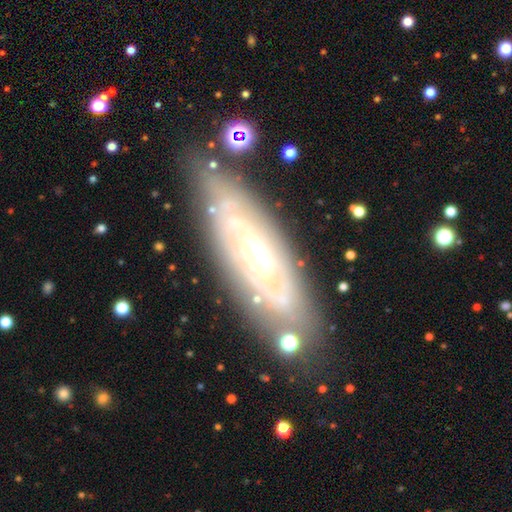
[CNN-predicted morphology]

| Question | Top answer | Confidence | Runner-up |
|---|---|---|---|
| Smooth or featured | featured or disk | 81% | smooth (13%) |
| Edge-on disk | no | 76% | yes (24%) |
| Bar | no | 57% | weak (29%) |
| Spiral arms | yes | 72% | no (28%) |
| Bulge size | moderate | 62% | large (20%) |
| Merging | none | 78% | minor disturbance (14%) |